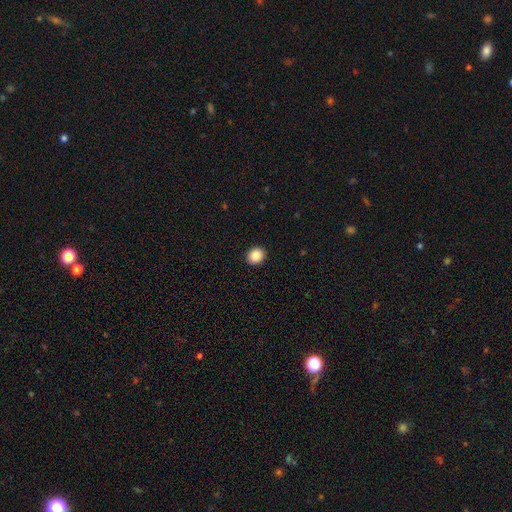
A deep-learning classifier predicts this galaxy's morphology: smooth_or_featured: smooth (p=0.86) [alt: star or artifact p=0.09]
how_rounded: round (p=0.74) [alt: in between p=0.25]
merging: none (p=0.92) [alt: minor disturbance p=0.05]